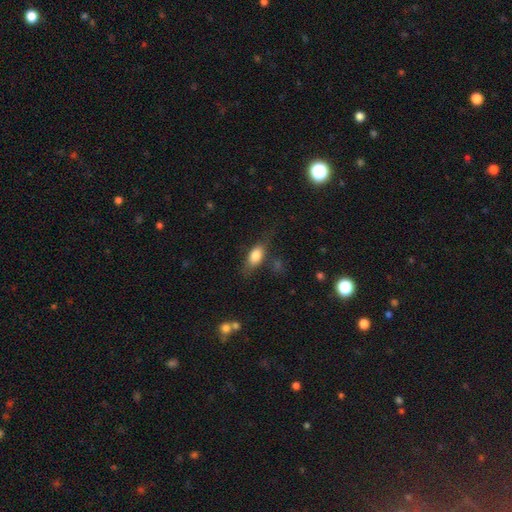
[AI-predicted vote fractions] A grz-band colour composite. It shows a smooth galaxy with no disk features (78%) that is in between round and cigar-shaped (83%). Merging: none (63%).